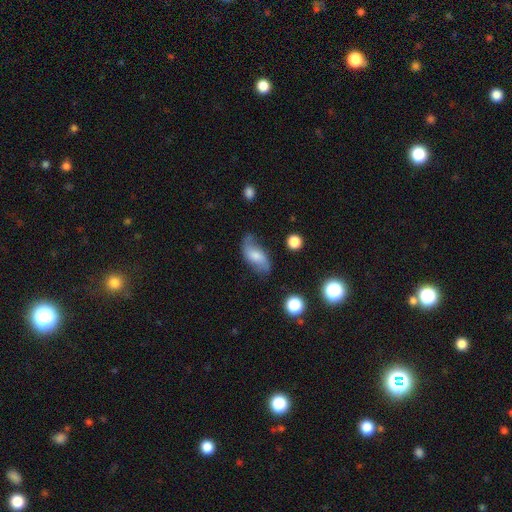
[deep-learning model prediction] This appears to be a featured or disk galaxy (50%). Merging: none (62%).